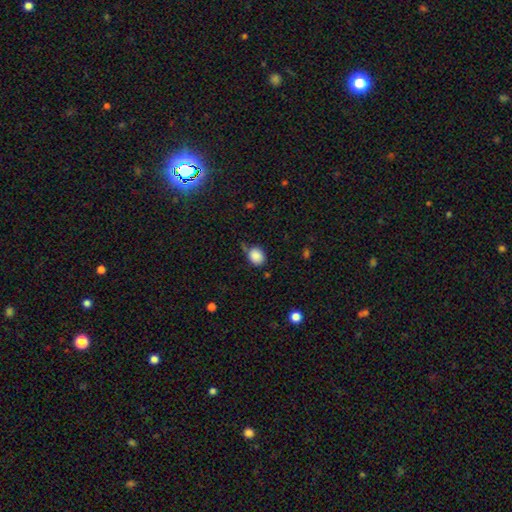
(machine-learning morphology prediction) Overall: smooth (87%). How rounded: round (62%; in between 37%). Merging: none (65%).